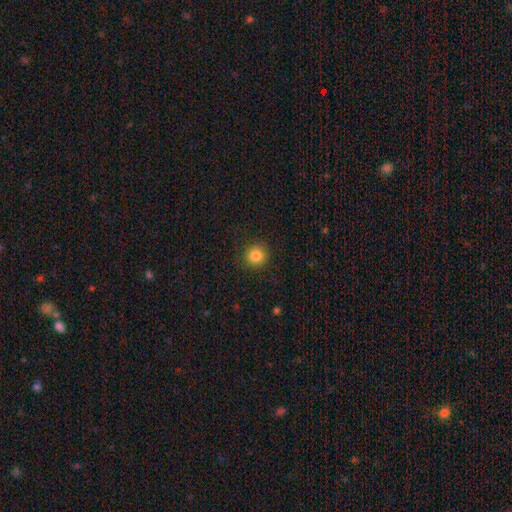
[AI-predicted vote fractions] smooth_or_featured: smooth (p=0.84) [alt: star or artifact p=0.11]
how_rounded: round (p=0.91) [alt: in between p=0.08]
merging: none (p=0.90) [alt: minor disturbance p=0.06]